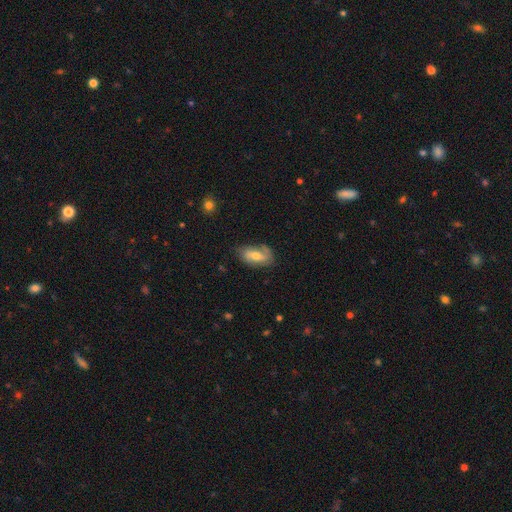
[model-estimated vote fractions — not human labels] A smooth galaxy with no disk features (50%) that is in between round and cigar-shaped (87%). Merging: none (63%).